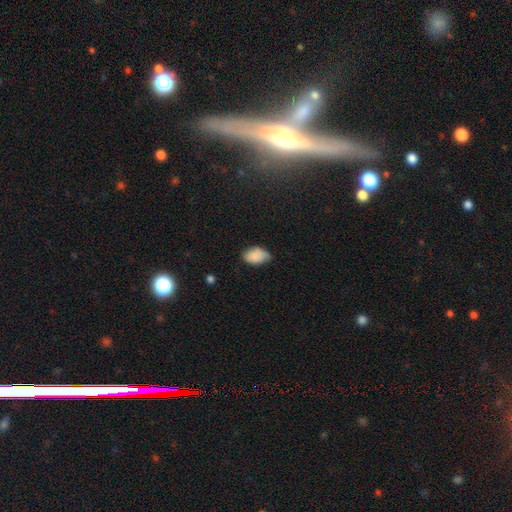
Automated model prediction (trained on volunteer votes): Morphology: type=smooth (84%); roundness=in between (90%); merging=none (52%).